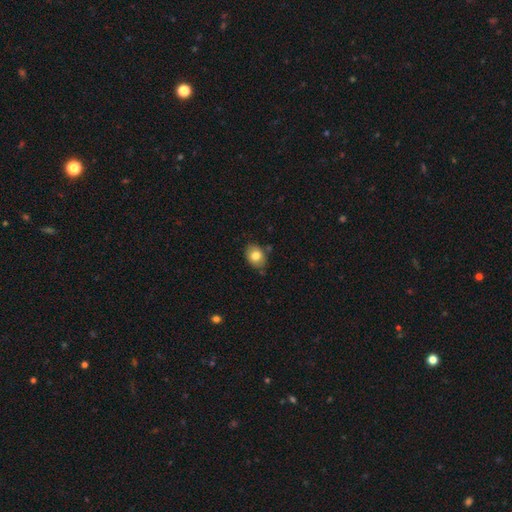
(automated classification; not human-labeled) Smooth or featured? Predicted: smooth (p=0.80). How rounded? Predicted: in between (p=0.61). Merging? Predicted: none (p=0.77).